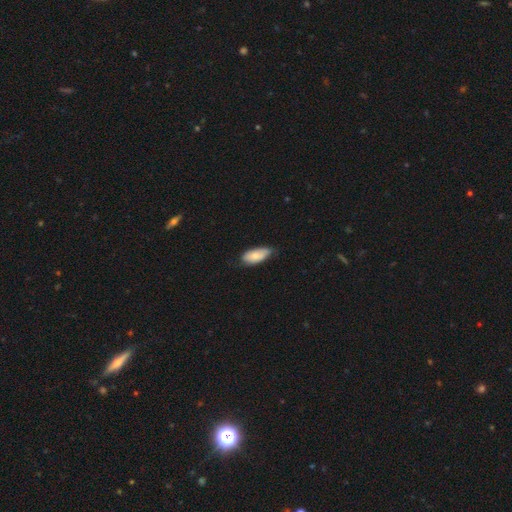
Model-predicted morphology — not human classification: The model was most divided on "merging": none: 64%, minor disturbance: 30%, major disturbance: 4%, merger: 1%. More confident: how rounded — in between (89%); smooth or featured — smooth (75%).